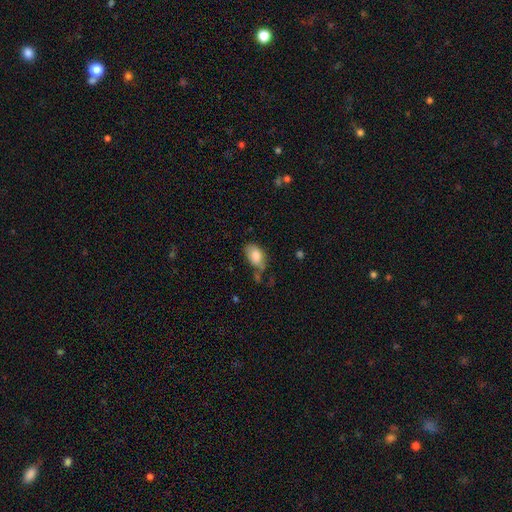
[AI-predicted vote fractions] Q: Smooth or featured?
A: smooth (83%); runner-up: featured or disk (10%)
Q: How rounded?
A: in between (91%); runner-up: round (8%)
Q: Merging?
A: none (56%); runner-up: minor disturbance (27%)